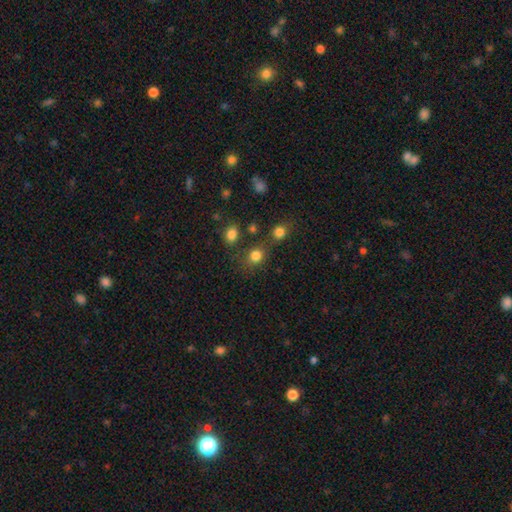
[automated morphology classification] This appears to be a smooth galaxy with no disk features (80%) that is round (74%). Merging: none (61%).